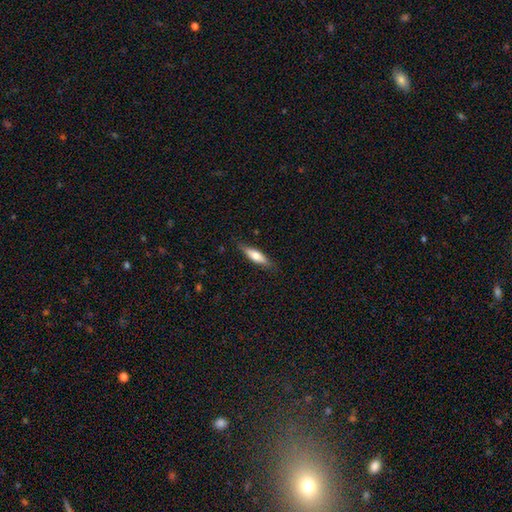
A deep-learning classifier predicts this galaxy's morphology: smooth 64%, featured or disk 30%, star or artifact 6%. Down the decision tree: how rounded — cigar-shaped (61%); merging — none (82%).